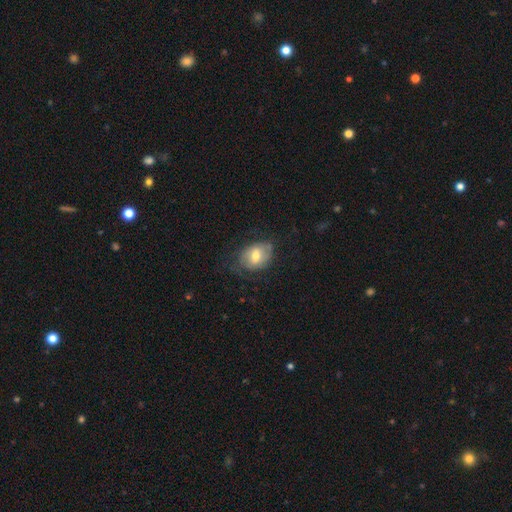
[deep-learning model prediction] smooth_or_featured: smooth (p=0.49) [alt: featured or disk p=0.44]
merging: none (p=0.55) [alt: minor disturbance p=0.27]